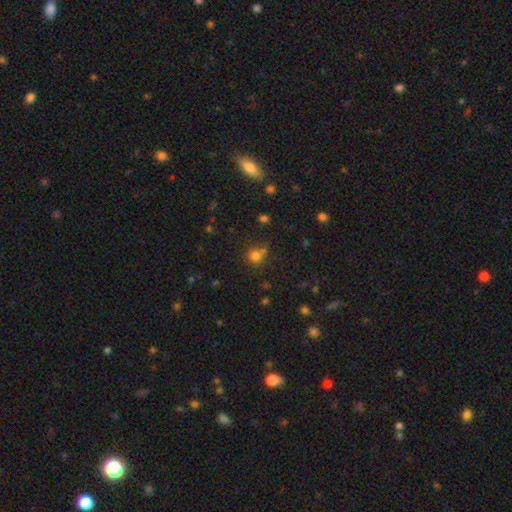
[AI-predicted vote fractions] This appears to be a smooth galaxy with no disk features (76%) that is round (88%). Merging: none (64%).